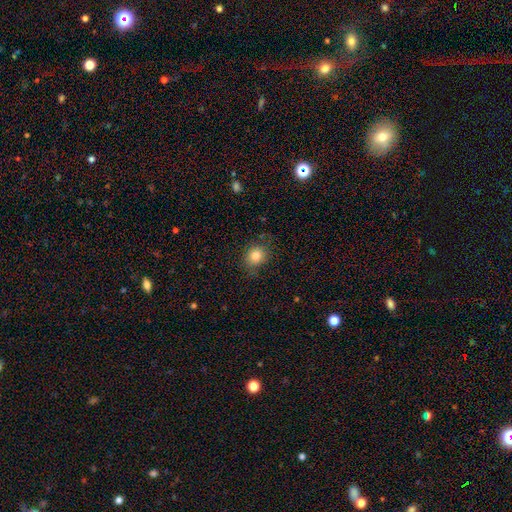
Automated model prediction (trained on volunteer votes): The model was most divided on "how rounded": round: 73%, in between: 26%, cigar-shaped: 1%. More confident: smooth or featured — smooth (82%); merging — none (80%).